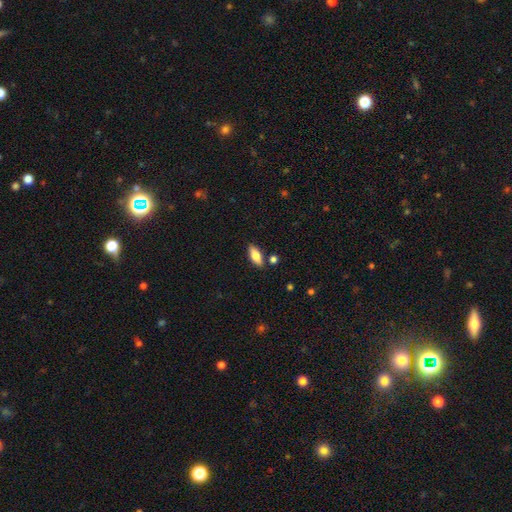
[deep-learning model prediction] The model was most divided on "how rounded": in between: 75%, cigar-shaped: 22%, round: 3%. More confident: merging — none (83%); smooth or featured — smooth (75%).